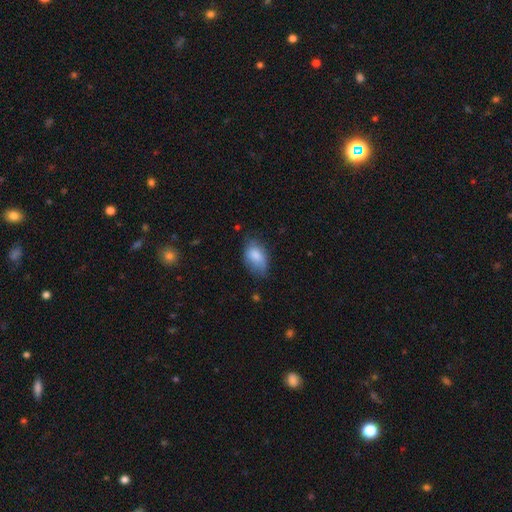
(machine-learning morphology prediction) smooth 80%, featured or disk 13%, star or artifact 7%. Down the decision tree: how rounded — in between (90%); merging — none (58%).